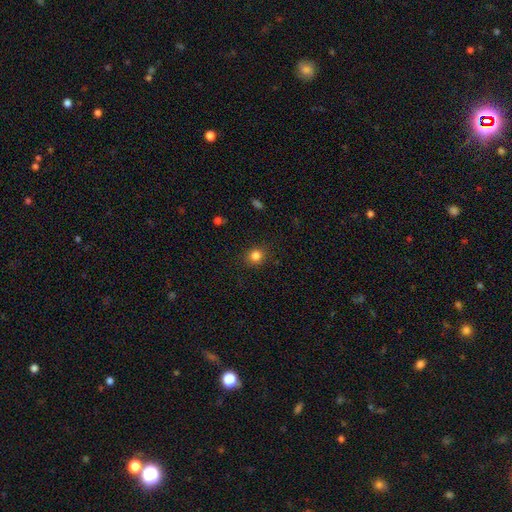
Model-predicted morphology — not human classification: type=smooth (83%); roundness=round (79%); merging=none (88%).